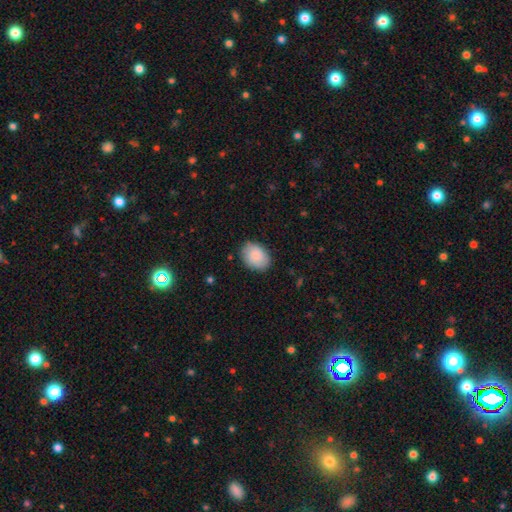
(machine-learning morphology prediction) A smooth galaxy with no disk features (86%) that is in between round and cigar-shaped (72%).

Vote fractions:
- Smooth or featured? smooth: 86% / featured or disk: 8% / star or artifact: 6%
- How rounded? in between: 72% / round: 27% / cigar-shaped: 1%
- Merging? none: 83% / minor disturbance: 13% / major disturbance: 3% / merger: 1%